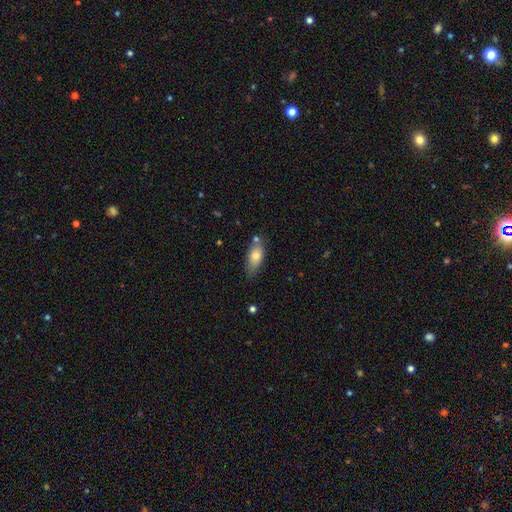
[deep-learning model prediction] Morphology: type=smooth (75%); roundness=in between (81%); merging=none (63%).